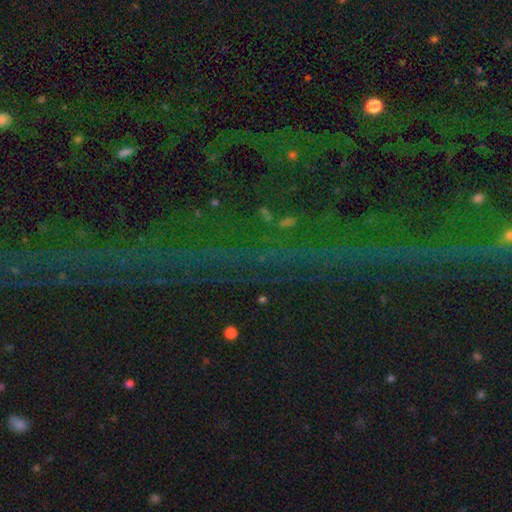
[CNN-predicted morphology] star or artifact 82%, featured or disk 10%, smooth 8%.